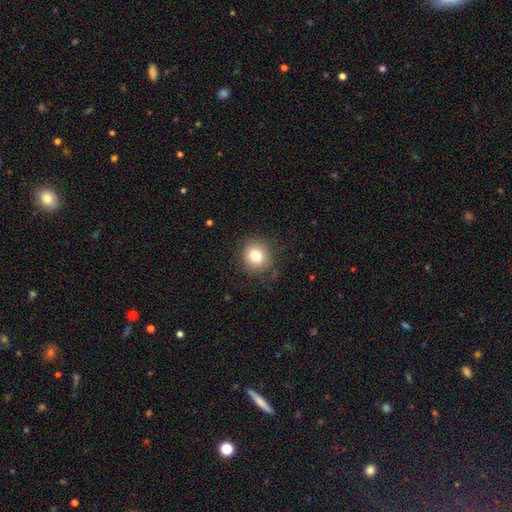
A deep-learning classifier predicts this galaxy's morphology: smooth_or_featured: smooth (p=0.80) [alt: star or artifact p=0.11]
how_rounded: round (p=0.85) [alt: in between p=0.14]
merging: none (p=0.84) [alt: minor disturbance p=0.11]